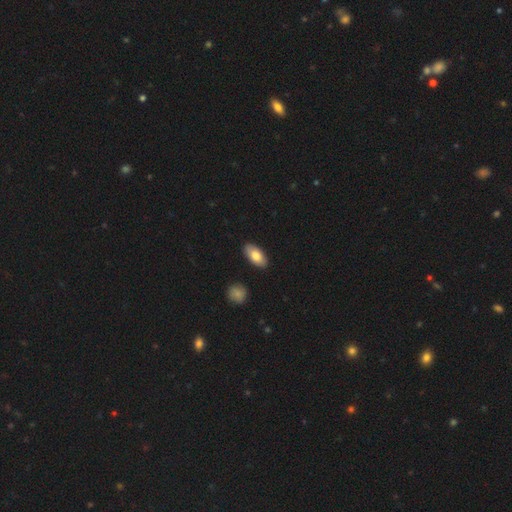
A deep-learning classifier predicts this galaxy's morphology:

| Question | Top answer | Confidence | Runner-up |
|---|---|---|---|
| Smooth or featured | smooth | 80% | featured or disk (14%) |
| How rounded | in between | 93% | cigar-shaped (4%) |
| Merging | none | 88% | minor disturbance (9%) |